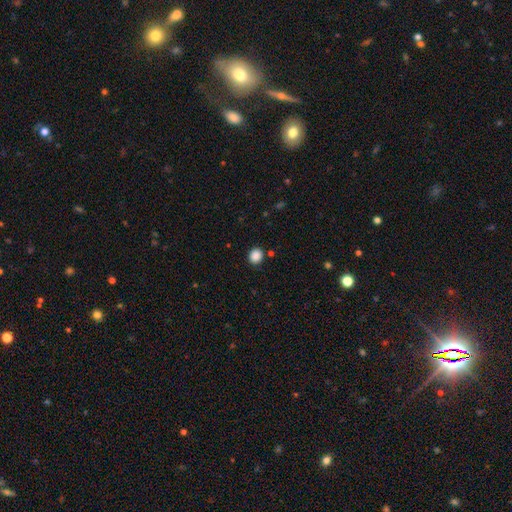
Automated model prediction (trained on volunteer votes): The model was most divided on "how rounded": round: 79%, in between: 20%, cigar-shaped: 1%. More confident: merging — none (88%); smooth or featured — smooth (88%).